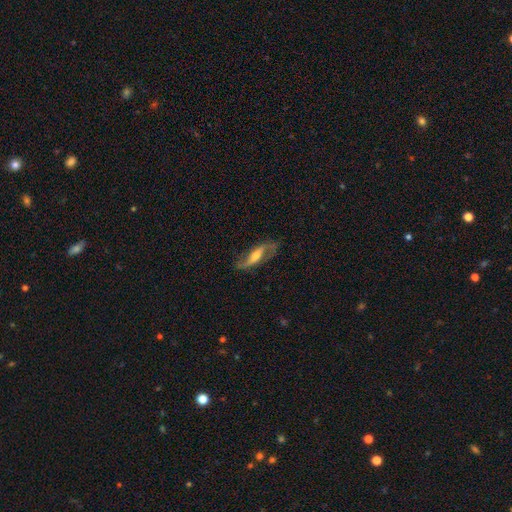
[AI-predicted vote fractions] Smooth or featured: featured or disk — 75% (smooth — 19%)
Edge-on disk: no — 78% (yes — 22%)
Bar: strong — 36% (weak — 35%)
Spiral arms: yes — 90% (no — 10%)
Spiral winding: loose — 68% (medium — 24%)
Spiral arm count: 2 — 89% (1 — 4%)
Bulge size: moderate — 56% (small — 30%)
Merging: none — 70% (minor disturbance — 19%)